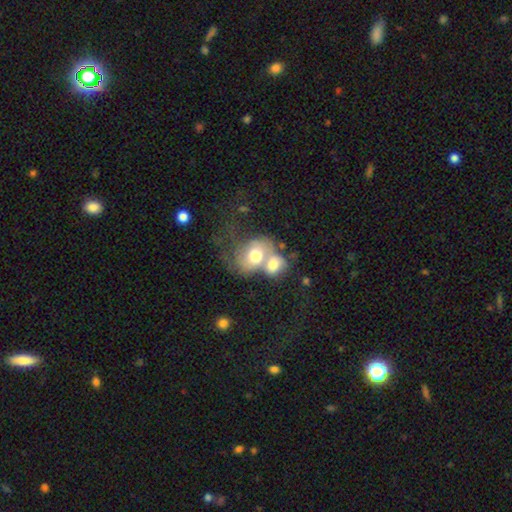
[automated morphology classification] type=smooth (59%); roundness=in between (54%); merging=merger (70%).